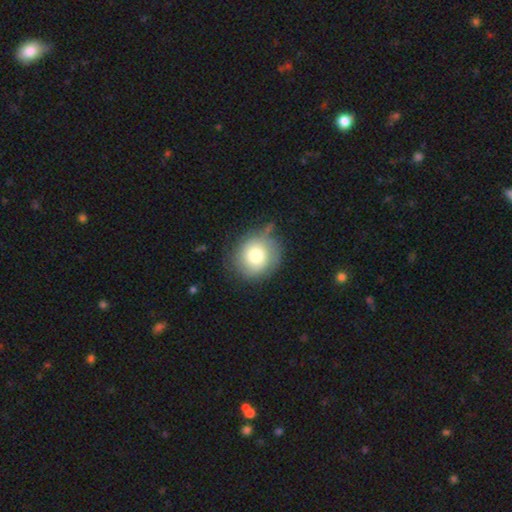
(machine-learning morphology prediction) smooth_or_featured: smooth (p=0.68) [alt: featured or disk p=0.24]
how_rounded: round (p=0.85) [alt: in between p=0.14]
merging: none (p=0.67) [alt: minor disturbance p=0.22]